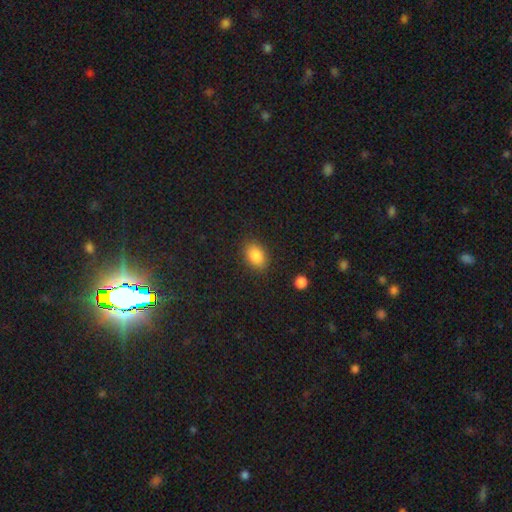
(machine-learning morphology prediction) type=smooth (85%); roundness=in between (78%); merging=none (85%).